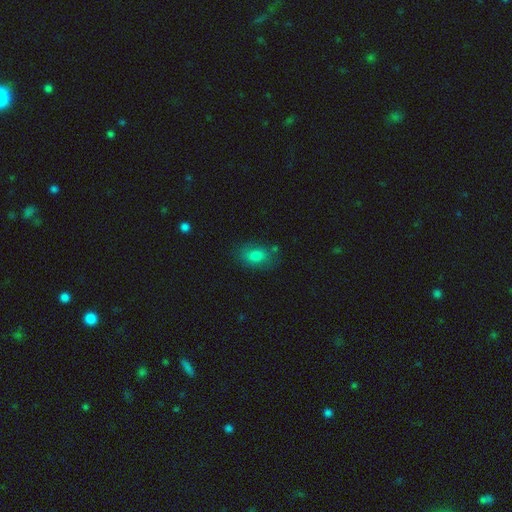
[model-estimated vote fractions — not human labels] Smooth or featured: smooth — 79% (featured or disk — 11%)
How rounded: in between — 83% (round — 15%)
Merging: none — 73% (minor disturbance — 18%)